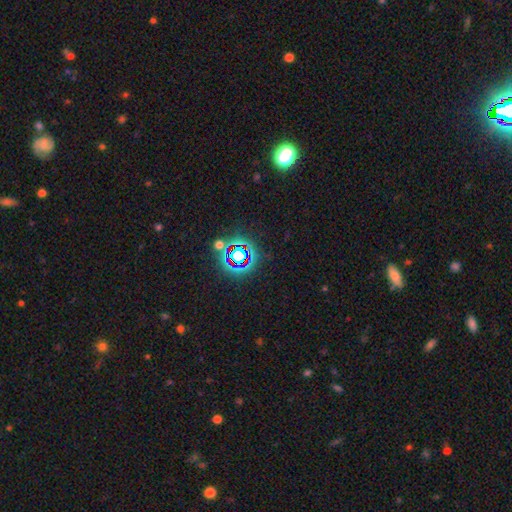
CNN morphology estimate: smooth-or-featured: star or artifact: 77% | smooth: 14% | featured or disk: 9%